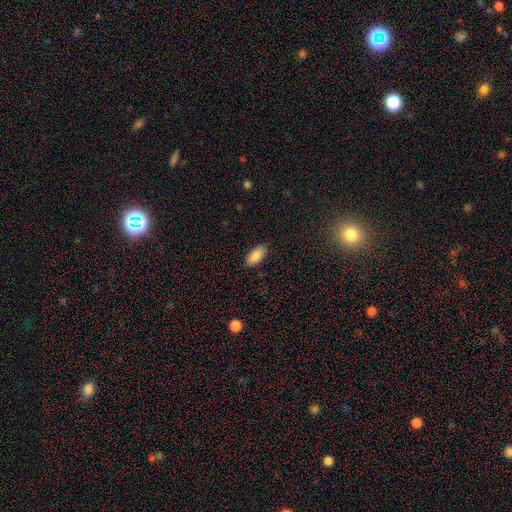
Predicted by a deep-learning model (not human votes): Smooth or featured? Predicted: smooth (p=0.88). How rounded? Predicted: in between (p=0.93). Merging? Predicted: none (p=0.85).